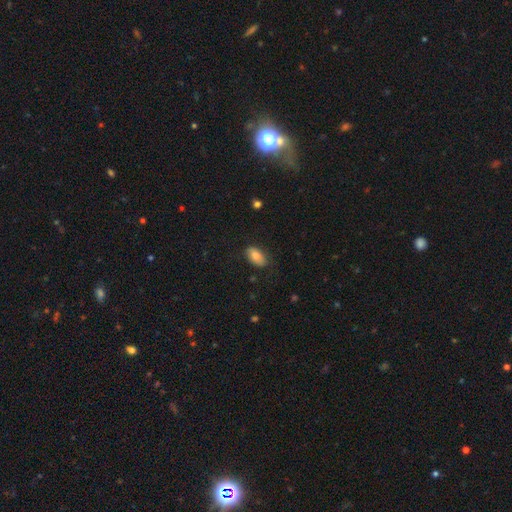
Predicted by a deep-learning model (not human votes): This is clearly a smooth galaxy (81%). How rounded: clearly in between (92%). Merging: likely none (80%).